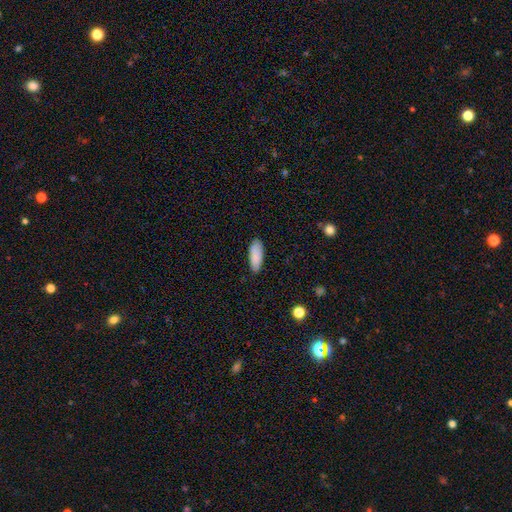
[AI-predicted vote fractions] smooth_or_featured: smooth (p=0.88) [alt: star or artifact p=0.06]
how_rounded: in between (p=0.68) [alt: cigar-shaped p=0.31]
merging: none (p=0.86) [alt: minor disturbance p=0.11]